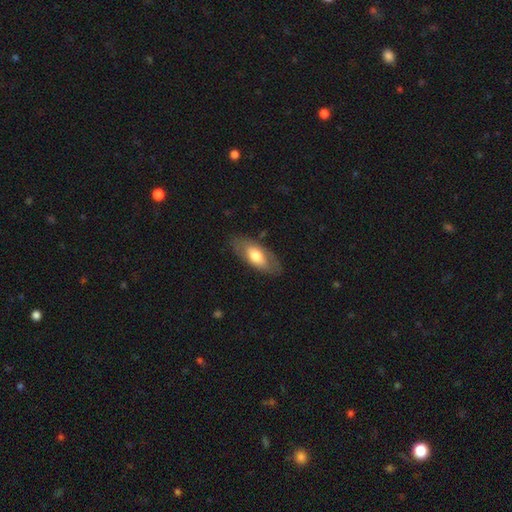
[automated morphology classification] A smooth galaxy with no disk features (62%) that is in between round and cigar-shaped (87%).

Vote fractions:
- Smooth or featured? smooth: 62% / featured or disk: 32% / star or artifact: 5%
- How rounded? in between: 87% / cigar-shaped: 10% / round: 3%
- Merging? none: 81% / minor disturbance: 14% / major disturbance: 4% / merger: 1%